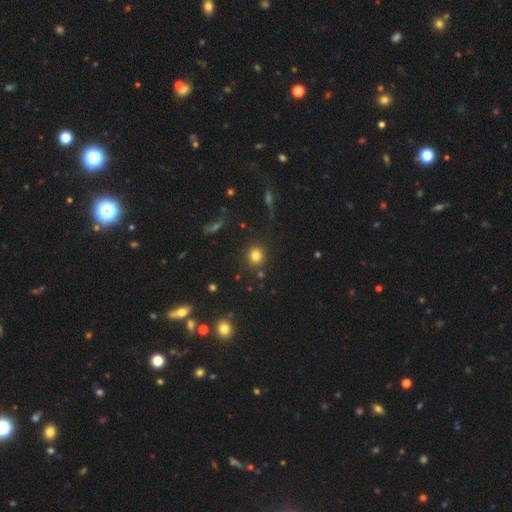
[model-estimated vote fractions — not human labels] smooth_or_featured: smooth (p=0.80) [alt: star or artifact p=0.13]
how_rounded: round (p=0.89) [alt: in between p=0.10]
merging: none (p=0.87) [alt: minor disturbance p=0.07]